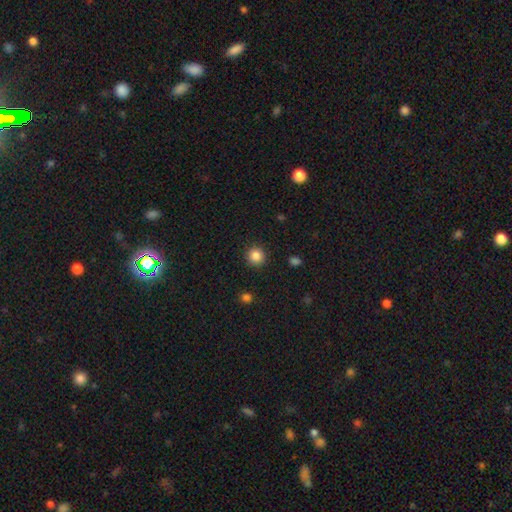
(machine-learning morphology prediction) smooth 86%, star or artifact 11%, featured or disk 4%. Down the decision tree: how rounded — round (94%); merging — none (92%).